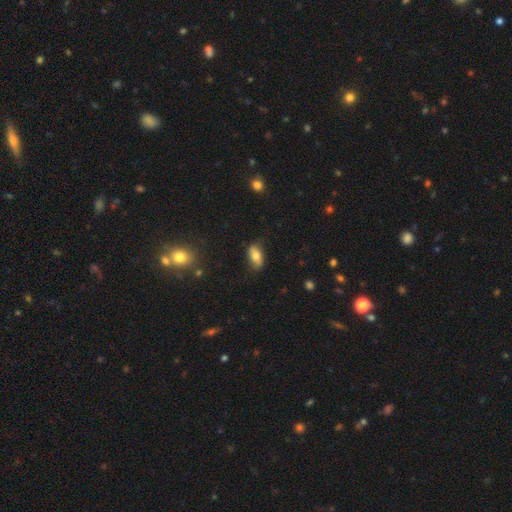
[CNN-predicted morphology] A smooth galaxy with no disk features (72%) that is in between round and cigar-shaped (87%).

Vote fractions:
- Smooth or featured? smooth: 72% / featured or disk: 20% / star or artifact: 8%
- How rounded? in between: 87% / cigar-shaped: 8% / round: 5%
- Merging? none: 74% / minor disturbance: 19% / major disturbance: 5% / merger: 2%